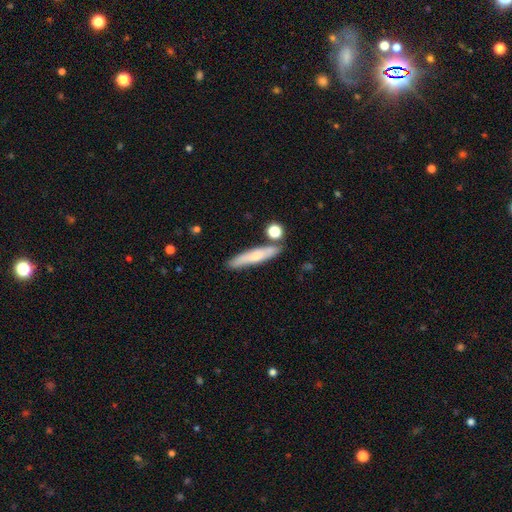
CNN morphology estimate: smooth_or_featured: smooth (p=0.64) [alt: featured or disk p=0.29]
how_rounded: cigar-shaped (p=0.87) [alt: in between p=0.11]
merging: none (p=0.76) [alt: minor disturbance p=0.13]